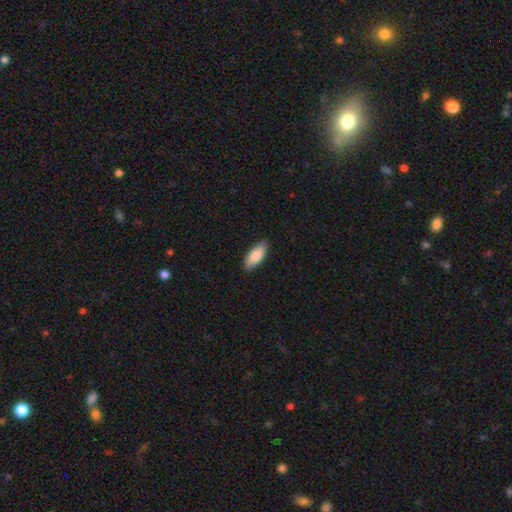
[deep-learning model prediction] The model was most divided on "how rounded": in between: 80%, cigar-shaped: 18%, round: 2%. More confident: smooth or featured — smooth (87%); merging — none (86%).